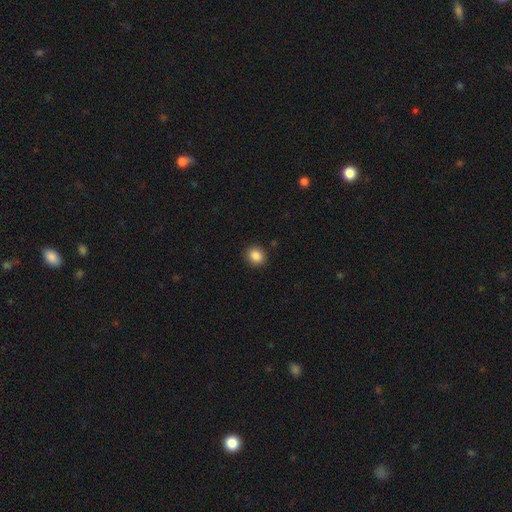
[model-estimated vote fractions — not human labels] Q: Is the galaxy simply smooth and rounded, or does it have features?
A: smooth — 86%.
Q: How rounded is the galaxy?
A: round — 77%.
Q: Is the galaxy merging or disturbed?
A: none — 90%.